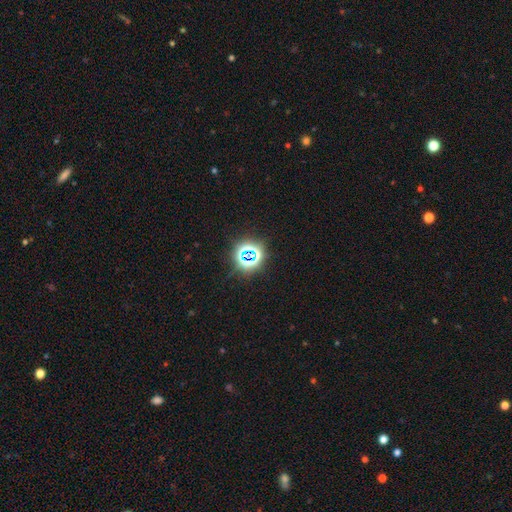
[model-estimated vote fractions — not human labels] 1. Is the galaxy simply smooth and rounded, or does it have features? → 72% star or artifact, 19% smooth, 9% featured or disk.